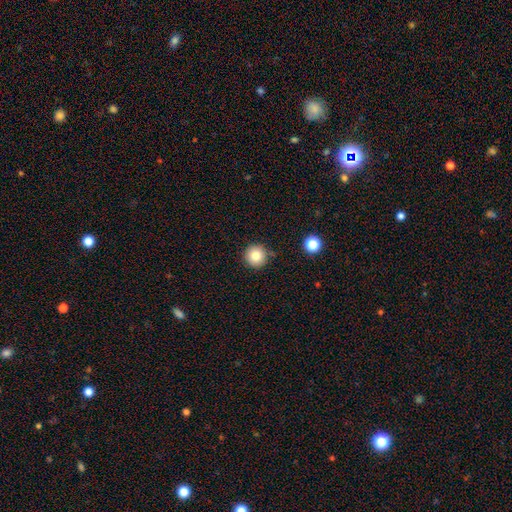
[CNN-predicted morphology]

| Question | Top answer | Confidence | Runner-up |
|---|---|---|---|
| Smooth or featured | smooth | 82% | star or artifact (11%) |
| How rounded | round | 96% | in between (3%) |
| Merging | none | 88% | minor disturbance (7%) |